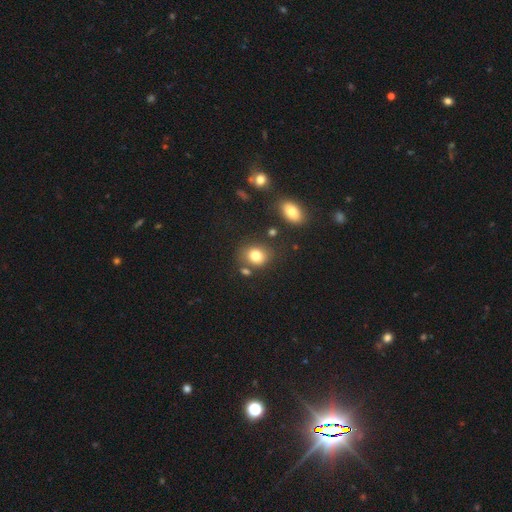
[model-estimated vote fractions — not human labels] Smooth or featured? smooth (80%)
How rounded? round (59%)
Merging? none (72%)